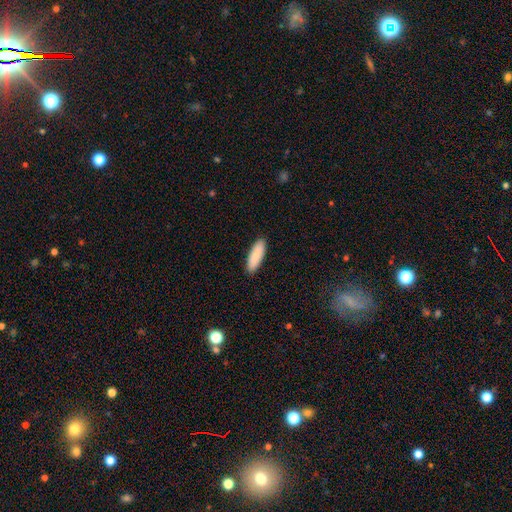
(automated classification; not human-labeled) Smooth or featured? Predicted: smooth (p=0.90). How rounded? Predicted: in between (p=0.56). Merging? Predicted: none (p=0.91).